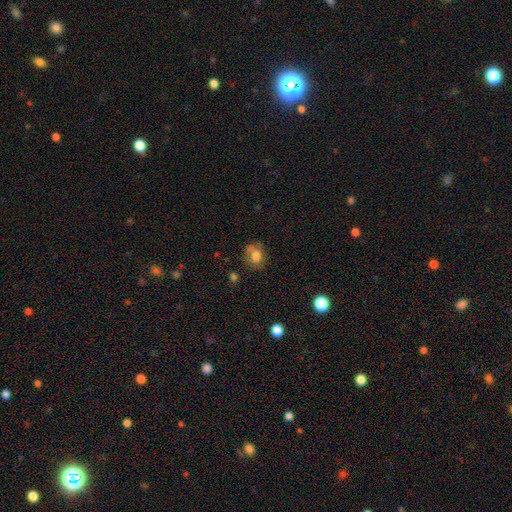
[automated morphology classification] type=smooth (71%); roundness=in between (53%); merging=none (53%).